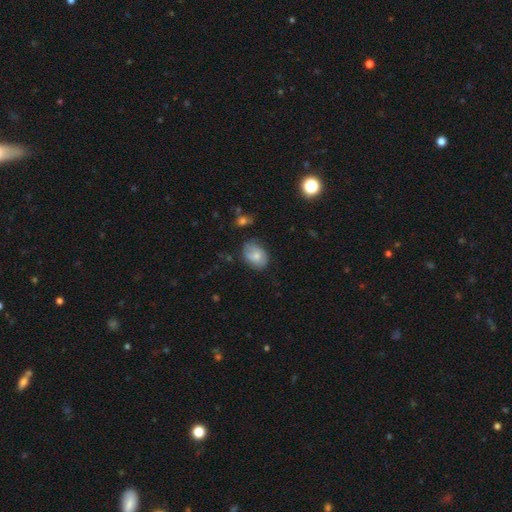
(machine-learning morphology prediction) smooth-or-featured: smooth: 65% | featured or disk: 27% | star or artifact: 8%
  how-rounded: in between: 72% | round: 27% | cigar-shaped: 1%
  merging: none: 60% | minor disturbance: 29% | major disturbance: 8% | merger: 2%